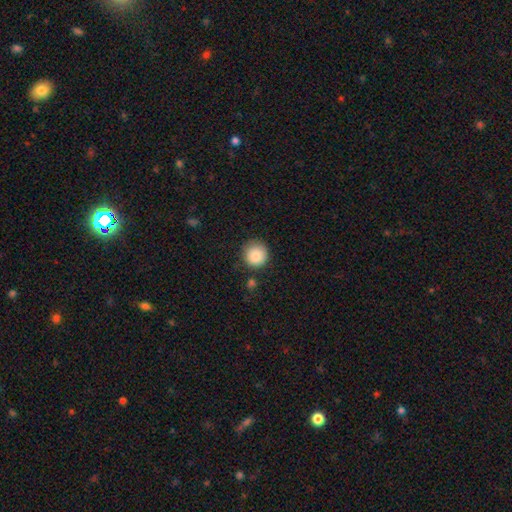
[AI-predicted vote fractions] smooth-or-featured: smooth: 87% | star or artifact: 8% | featured or disk: 4%
  how-rounded: round: 94% | in between: 5% | cigar-shaped: 1%
  merging: none: 83% | minor disturbance: 11% | major disturbance: 3% | merger: 3%